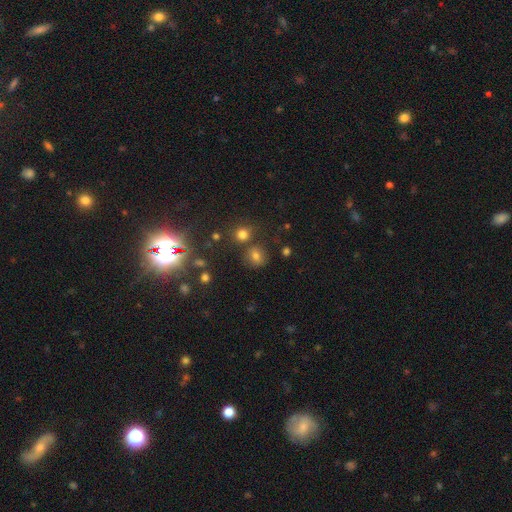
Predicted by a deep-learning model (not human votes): This appears to be a smooth galaxy with no disk features (69%) that is round (77%). Merging: none (72%).